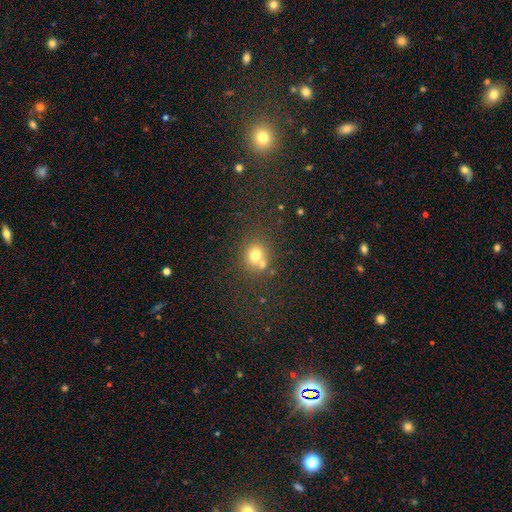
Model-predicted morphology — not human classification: The model was most divided on "merging": none: 54%, merger: 30%, minor disturbance: 11%, major disturbance: 5%. More confident: how rounded — round (75%); smooth or featured — smooth (72%).